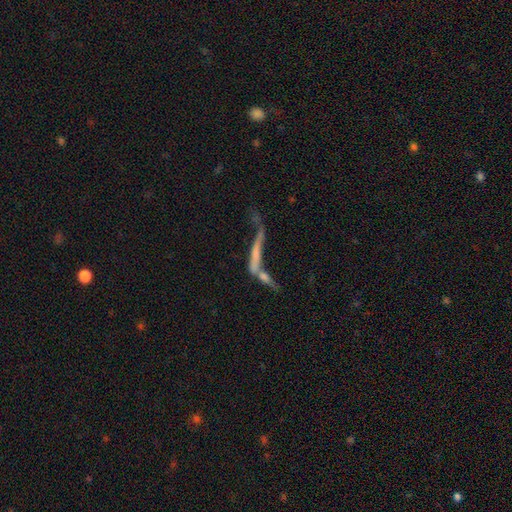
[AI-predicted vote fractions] Q: Smooth or featured?
A: featured or disk (55%); runner-up: smooth (33%)
Q: Edge-on disk?
A: yes (60%); runner-up: no (40%)
Q: Merging?
A: merger (52%); runner-up: none (20%)